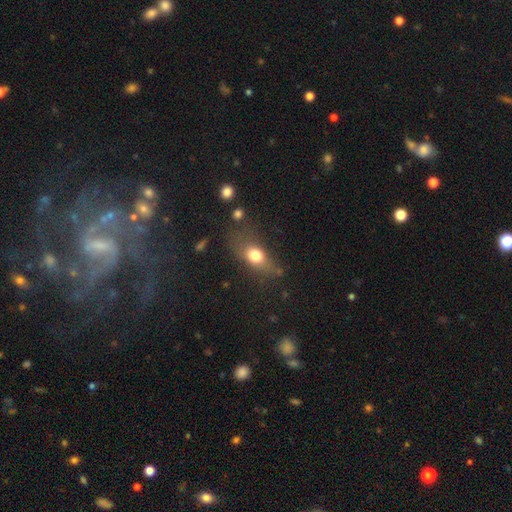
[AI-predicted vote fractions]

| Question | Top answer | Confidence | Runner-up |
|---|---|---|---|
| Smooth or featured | smooth | 73% | featured or disk (17%) |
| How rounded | in between | 69% | round (22%) |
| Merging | none | 52% | minor disturbance (26%) |